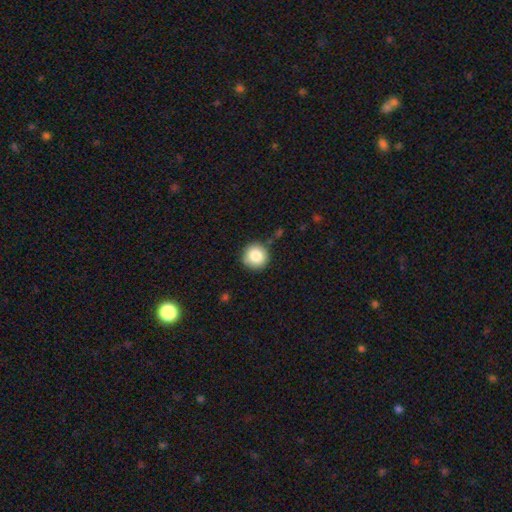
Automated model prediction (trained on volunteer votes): Smooth or featured? Predicted: smooth (p=0.84). How rounded? Predicted: round (p=0.95). Merging? Predicted: none (p=0.86).